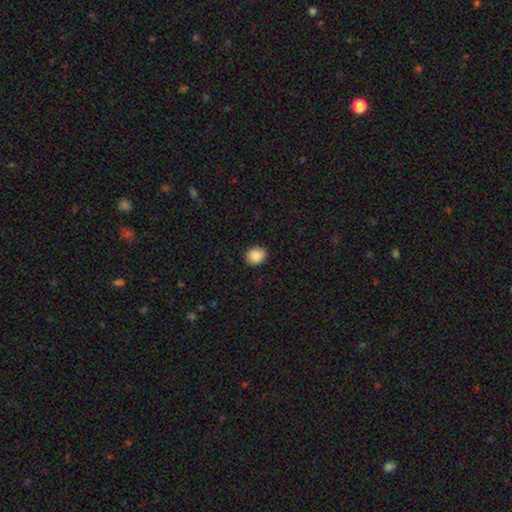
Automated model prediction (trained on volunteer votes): The model was most divided on "how rounded": round: 64%, in between: 35%, cigar-shaped: 1%. More confident: merging — none (90%); smooth or featured — smooth (89%).